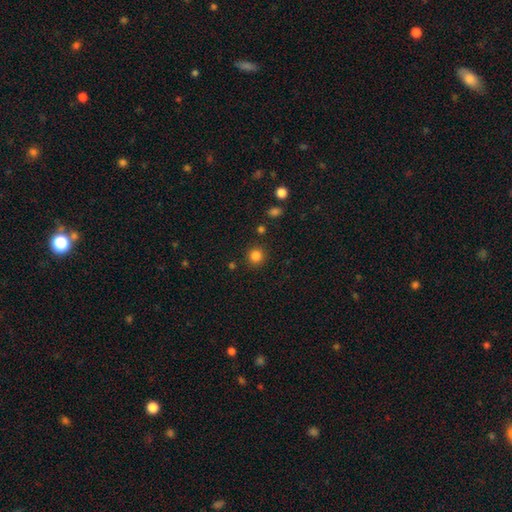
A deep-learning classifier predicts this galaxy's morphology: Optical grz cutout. It shows a smooth galaxy with no disk features (84%) that is round (93%). Merging: none (89%).